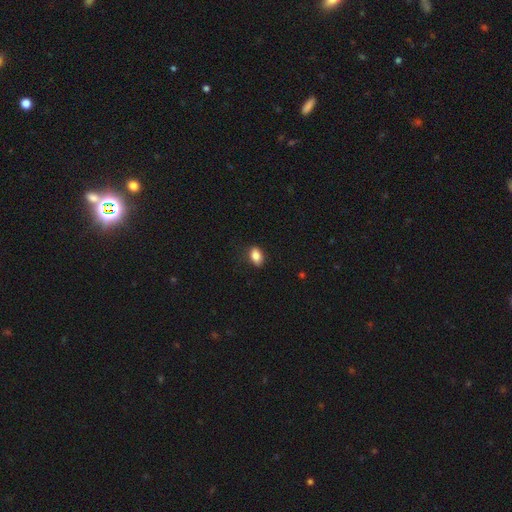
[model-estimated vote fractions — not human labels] Smooth or featured?
  - smooth: 86% *
  - star or artifact: 9%
  - featured or disk: 6%
How rounded?
  - in between: 85% *
  - round: 13%
  - cigar-shaped: 2%
Merging?
  - none: 79% *
  - minor disturbance: 17%
  - major disturbance: 3%
  - merger: 1%